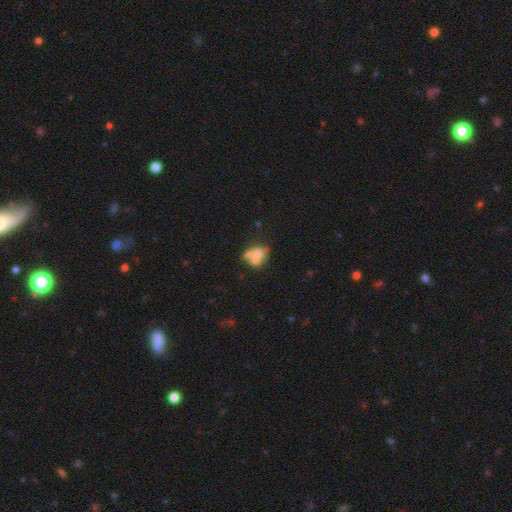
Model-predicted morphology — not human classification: This is possibly a smooth galaxy (52%). How rounded: likely in between (70%). Merging: possibly merger (53%).